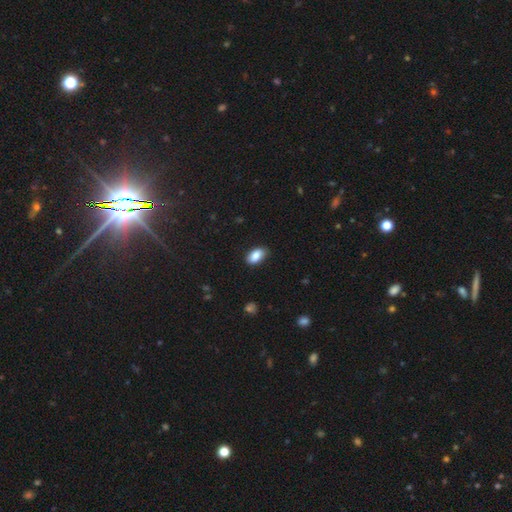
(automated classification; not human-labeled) This appears to be a smooth galaxy with no disk features (86%) that is in between round and cigar-shaped (93%). Merging: none (82%).